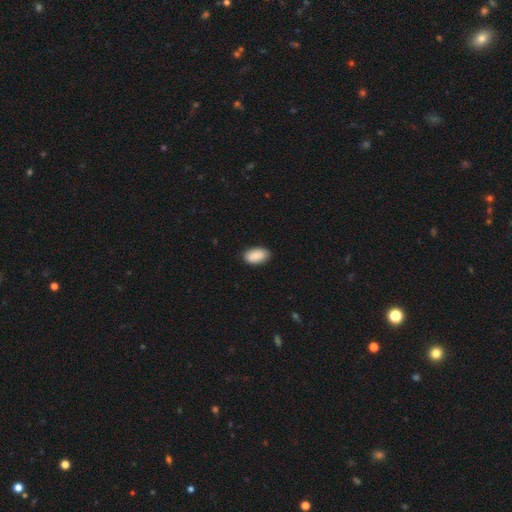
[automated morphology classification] Smooth or featured: smooth — 90% (star or artifact — 6%)
How rounded: in between — 94% (round — 4%)
Merging: none — 86% (minor disturbance — 11%)